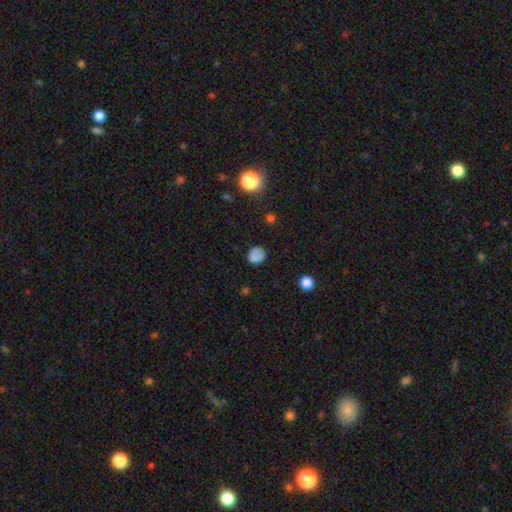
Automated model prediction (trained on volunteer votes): smooth-or-featured: smooth: 78% | star or artifact: 13% | featured or disk: 9%
  how-rounded: round: 84% | in between: 15% | cigar-shaped: 1%
  merging: none: 80% | minor disturbance: 14% | major disturbance: 4% | merger: 2%